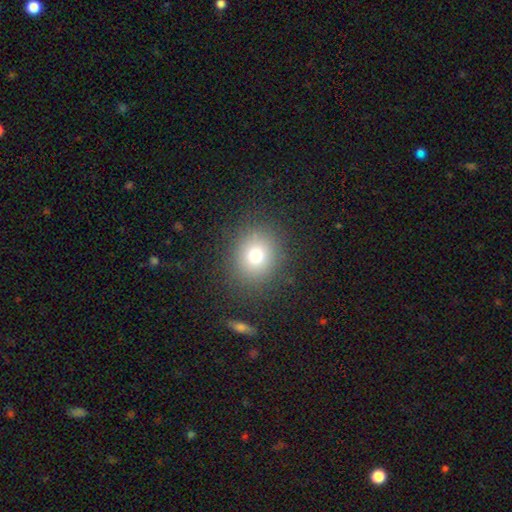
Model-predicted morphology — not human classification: Smooth or featured? smooth (72%)
How rounded? round (80%)
Merging? none (86%)